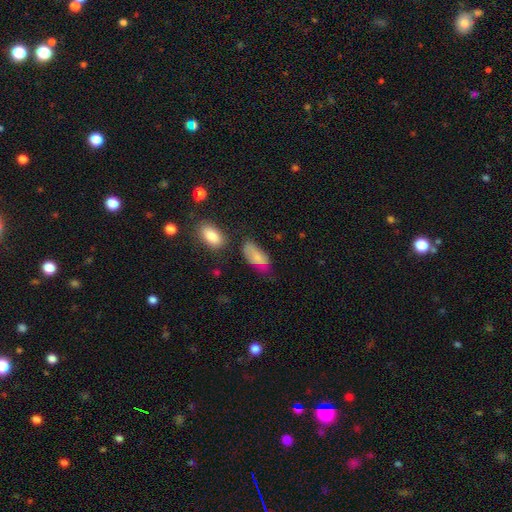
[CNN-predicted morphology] Overall: smooth (78%). How rounded: in between (91%). Merging: none (43%; minor disturbance 33%).